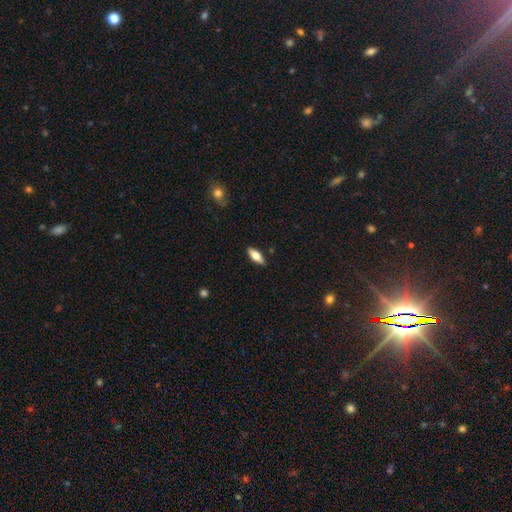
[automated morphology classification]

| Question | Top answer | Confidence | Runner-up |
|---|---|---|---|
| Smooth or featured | smooth | 63% | featured or disk (31%) |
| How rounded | in between | 68% | cigar-shaped (30%) |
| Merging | none | 88% | minor disturbance (9%) |